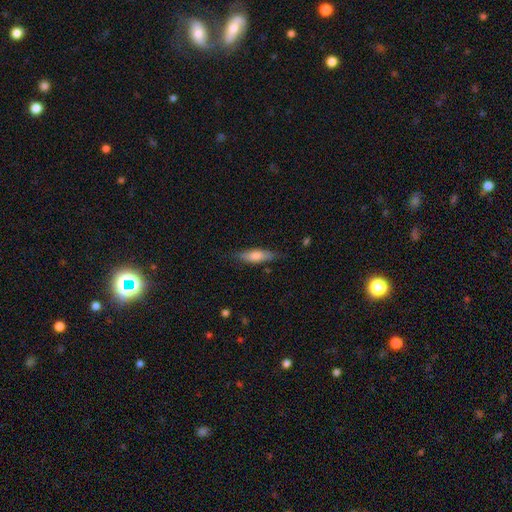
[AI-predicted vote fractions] Smooth or featured?
  - smooth: 74% *
  - featured or disk: 20%
  - star or artifact: 6%
How rounded?
  - in between: 52% *
  - cigar-shaped: 46%
  - round: 2%
Merging?
  - none: 75% *
  - minor disturbance: 19%
  - major disturbance: 4%
  - merger: 2%